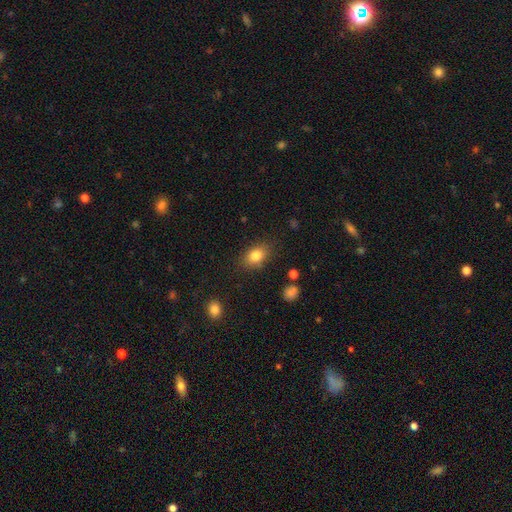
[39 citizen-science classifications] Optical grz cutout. It shows a smooth galaxy with no disk features (82%) that is in between round and cigar-shaped (84%). Merging: none (71%).